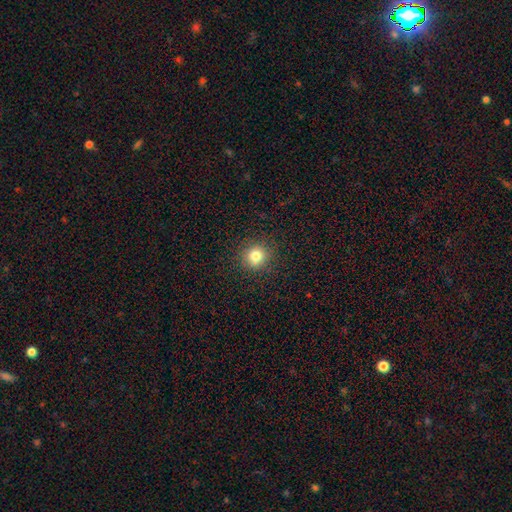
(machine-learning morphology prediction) Smooth or featured?
  - smooth: 80% *
  - star or artifact: 13%
  - featured or disk: 7%
How rounded?
  - round: 90% *
  - in between: 9%
  - cigar-shaped: 1%
Merging?
  - none: 89% *
  - minor disturbance: 7%
  - major disturbance: 3%
  - merger: 1%